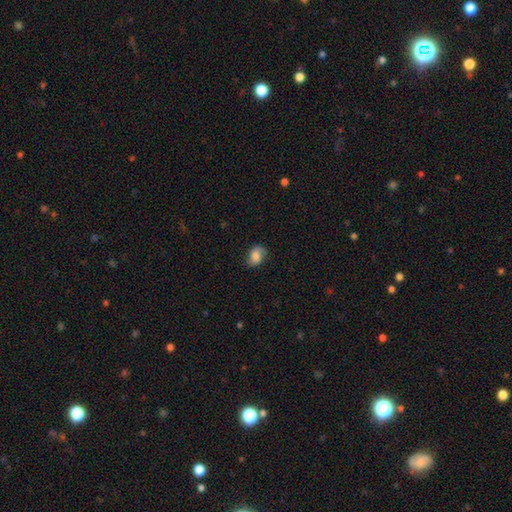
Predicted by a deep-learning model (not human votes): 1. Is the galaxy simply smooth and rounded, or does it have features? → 75% smooth, 16% featured or disk, 9% star or artifact.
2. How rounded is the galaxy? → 76% in between, 23% round, 1% cigar-shaped.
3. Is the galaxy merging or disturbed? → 71% none, 22% minor disturbance, 6% major disturbance, 1% merger.